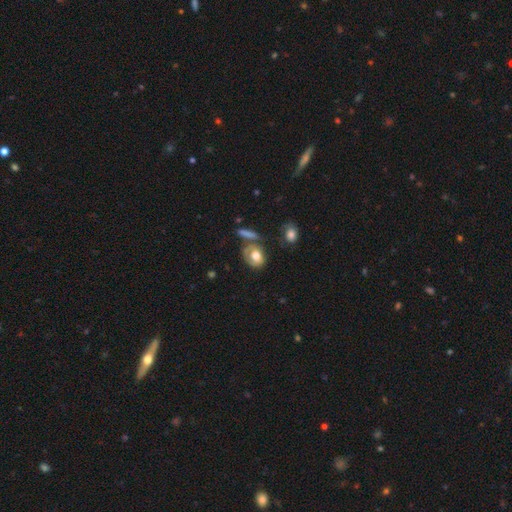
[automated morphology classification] A smooth galaxy with no disk features (68%) that is in between round and cigar-shaped (61%). Merging: none (49%).